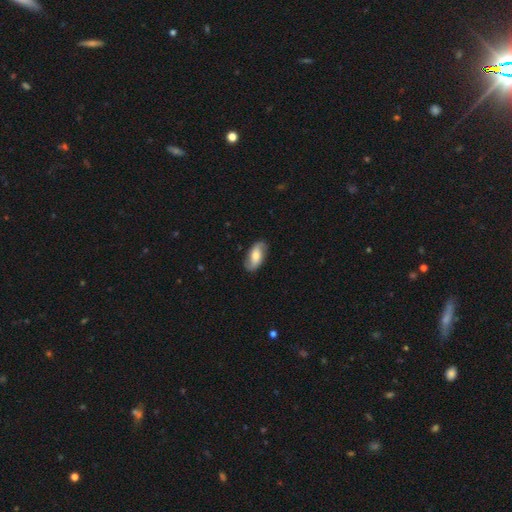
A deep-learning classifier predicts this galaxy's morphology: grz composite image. It shows a featured or disk galaxy (50%). Merging: none (83%).